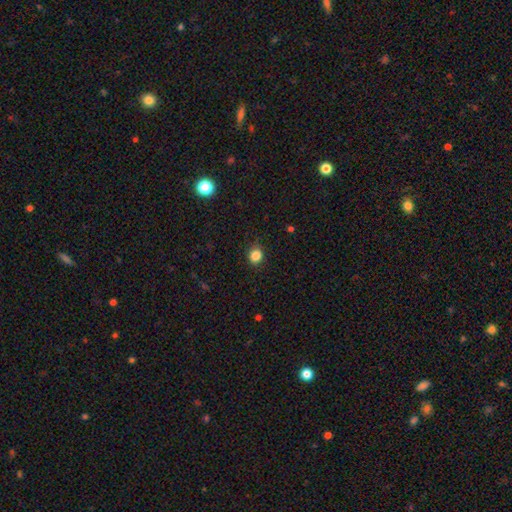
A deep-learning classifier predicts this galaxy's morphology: Smooth or featured: smooth — 84% (star or artifact — 12%)
How rounded: round — 77% (in between — 22%)
Merging: none — 79% (minor disturbance — 17%)